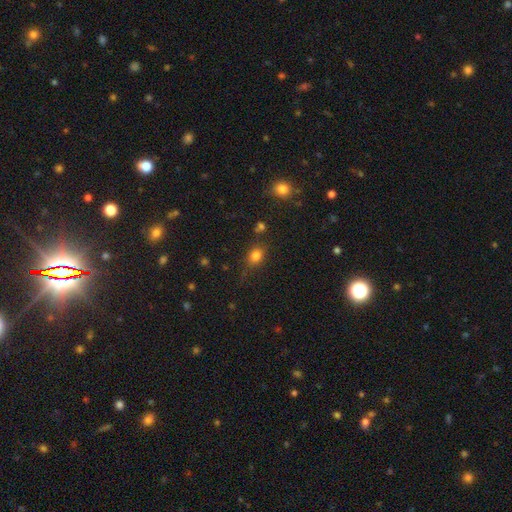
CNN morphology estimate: Overall: smooth (79%). How rounded: round (50%; in between 48%). Merging: none (71%).